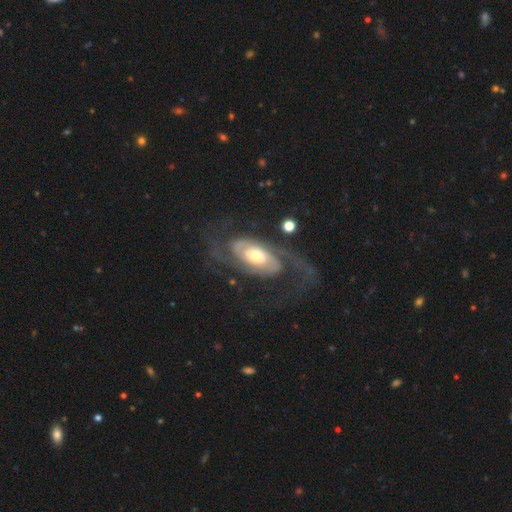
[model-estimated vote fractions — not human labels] This is clearly a featured or disk galaxy (87%). It is clearly not viewed edge-on (95%). Bar: likely no (60%). Spiral arm pattern: clearly yes (95%). Spiral arm count: likely 2 (74%). Spiral winding: marginally medium (42%). Central bulge: likely moderate (61%). Merging: likely none (61%).